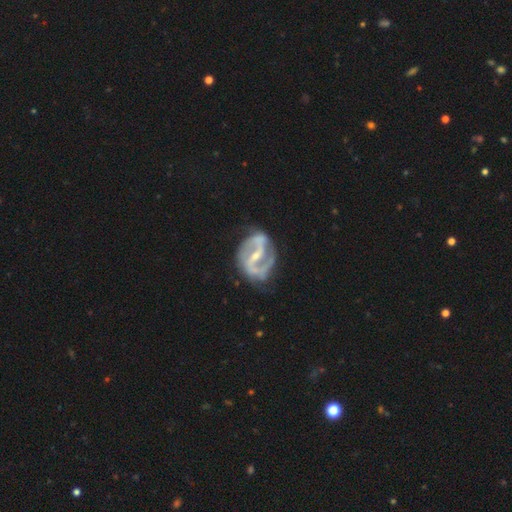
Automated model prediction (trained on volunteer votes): Smooth or featured? Predicted: featured or disk (p=0.90). Edge-on disk? Predicted: no (p=0.97). Bar? Predicted: strong (p=0.65). Spiral arms? Predicted: yes (p=0.95). Spiral winding? Predicted: medium (p=0.50). Spiral arm count? Predicted: 2 (p=0.89). Bulge size? Predicted: small (p=0.66). Merging? Predicted: none (p=0.67).